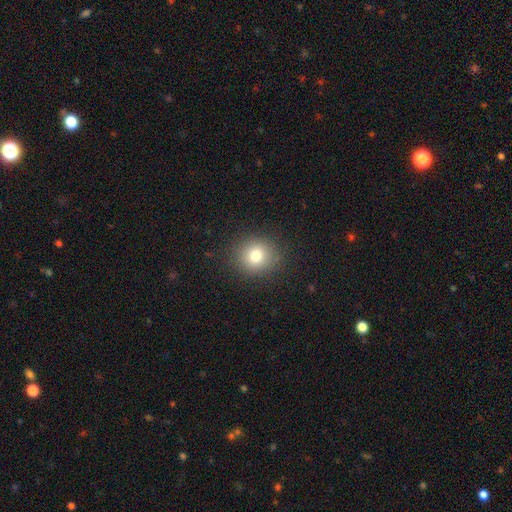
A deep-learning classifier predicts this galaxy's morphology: Smooth or featured? Predicted: smooth (p=0.79). How rounded? Predicted: round (p=0.84). Merging? Predicted: none (p=0.89).